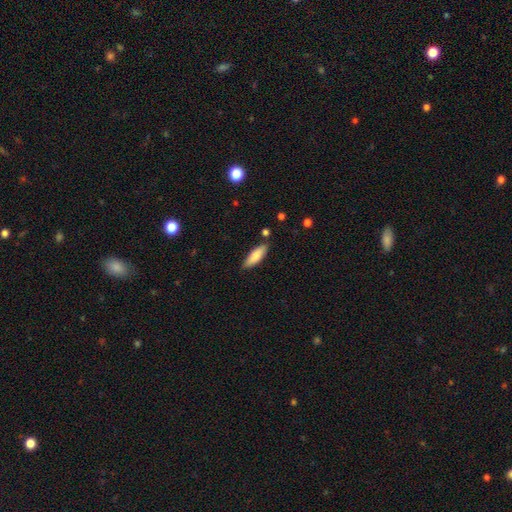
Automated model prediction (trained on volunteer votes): This appears to be a smooth galaxy with no disk features (82%) that is in between round and cigar-shaped (58%). Merging: none (81%).